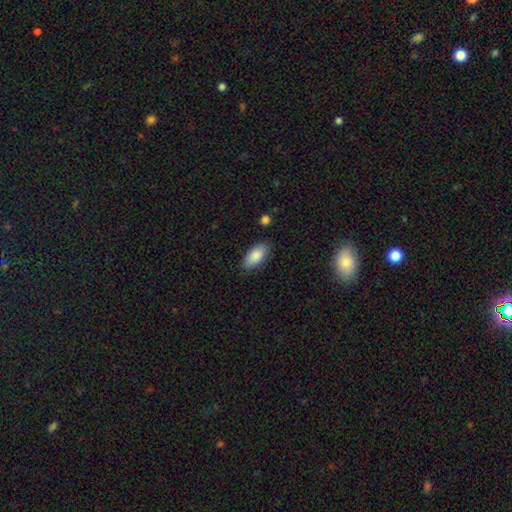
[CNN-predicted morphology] Overall: smooth (87%). How rounded: in between (92%). Merging: none (84%).